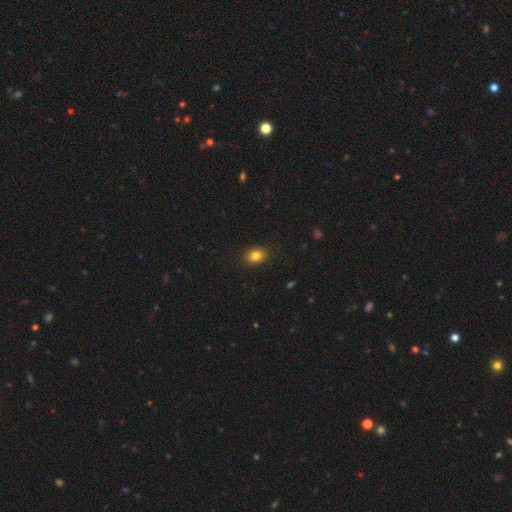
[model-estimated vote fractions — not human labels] smooth 83%, star or artifact 10%, featured or disk 7%. Down the decision tree: how rounded — in between (61%); merging — none (90%).